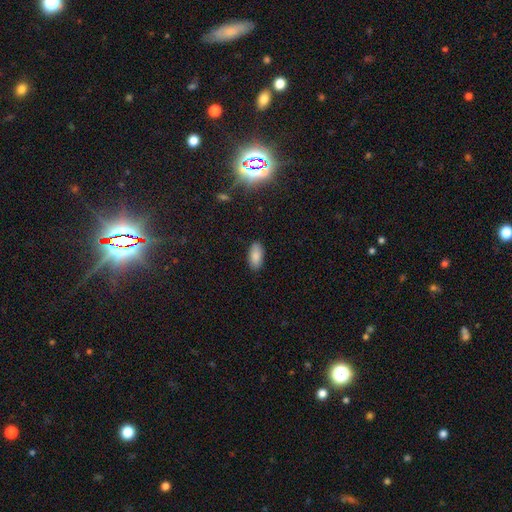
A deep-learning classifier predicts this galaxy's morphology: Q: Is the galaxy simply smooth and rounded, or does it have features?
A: smooth — 85%.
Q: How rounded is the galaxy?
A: in between — 91%.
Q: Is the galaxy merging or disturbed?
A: none — 86%.